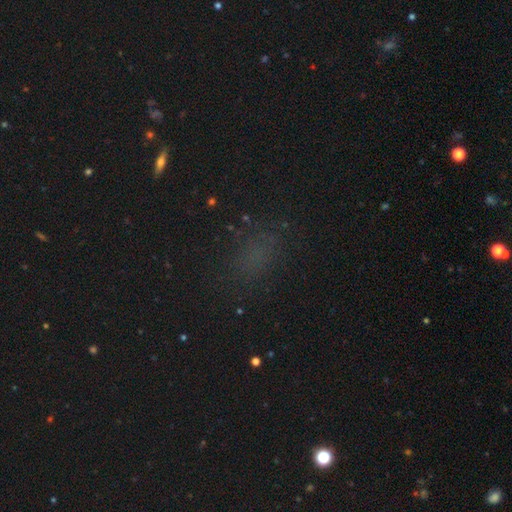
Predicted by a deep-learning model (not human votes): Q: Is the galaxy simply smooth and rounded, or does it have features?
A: smooth — 54%.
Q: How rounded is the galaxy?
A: in between — 67%.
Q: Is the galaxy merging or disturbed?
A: none — 73%.